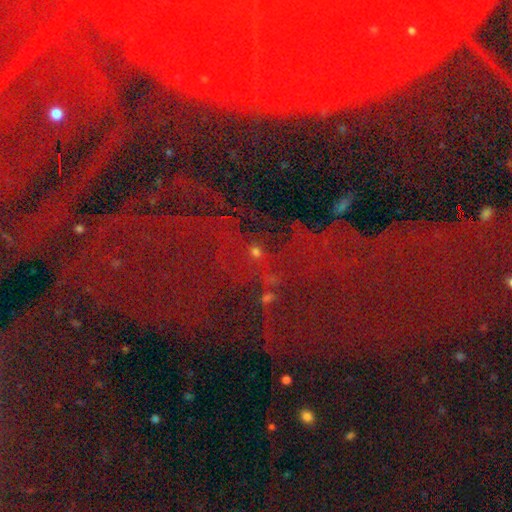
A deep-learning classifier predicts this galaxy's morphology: This appears to be a star or artifact, not a galaxy (79%).